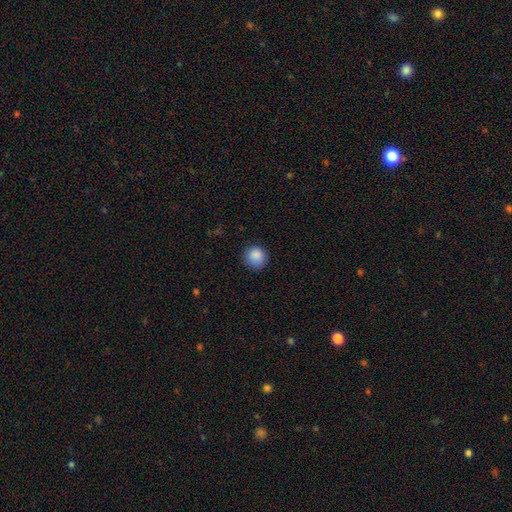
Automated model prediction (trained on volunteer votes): The model was most divided on "merging": none: 85%, minor disturbance: 11%, major disturbance: 3%, merger: 1%. More confident: how rounded — round (89%); smooth or featured — smooth (88%).